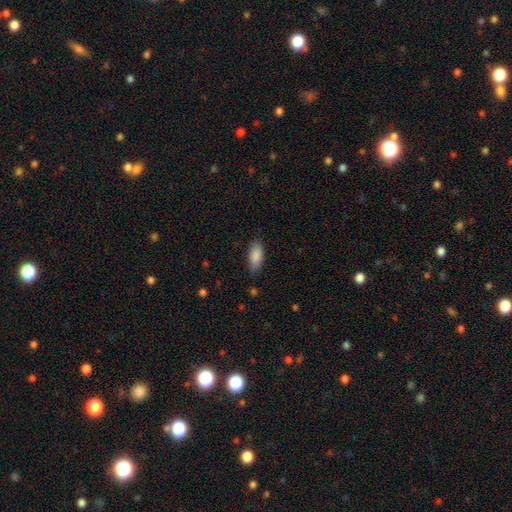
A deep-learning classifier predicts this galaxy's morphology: Smooth or featured: smooth — 88% (star or artifact — 6%)
How rounded: in between — 86% (cigar-shaped — 12%)
Merging: none — 77% (minor disturbance — 18%)